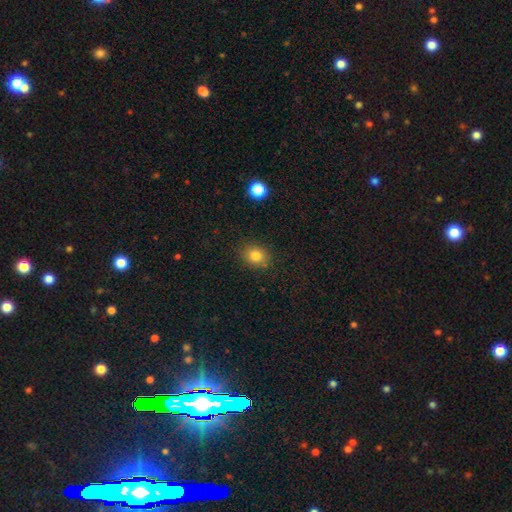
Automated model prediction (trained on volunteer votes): This is clearly a smooth galaxy (82%). How rounded: likely round (61%). Merging: clearly none (87%).